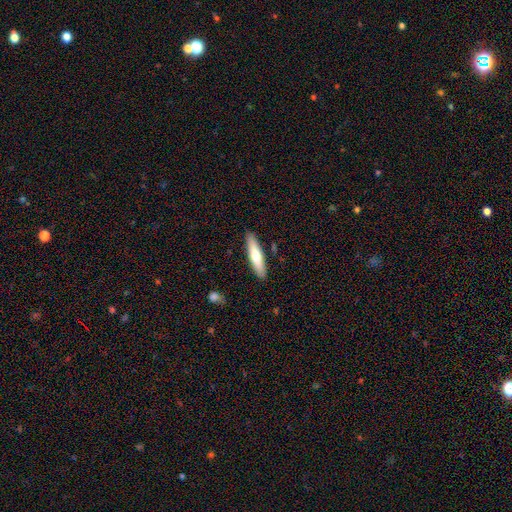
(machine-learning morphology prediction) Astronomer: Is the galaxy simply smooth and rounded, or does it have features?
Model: smooth — 65%.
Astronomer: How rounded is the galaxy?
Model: cigar-shaped — 79%.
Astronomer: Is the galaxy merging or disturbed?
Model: none — 89%.